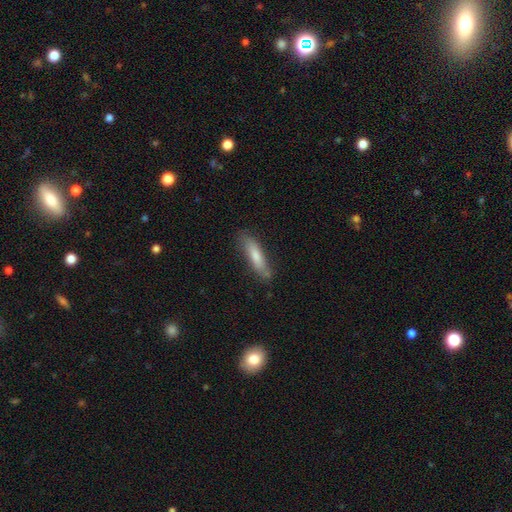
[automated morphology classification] Smooth or featured? Predicted: smooth (p=0.50). How rounded? Predicted: cigar-shaped (p=0.73). Merging? Predicted: none (p=0.80).